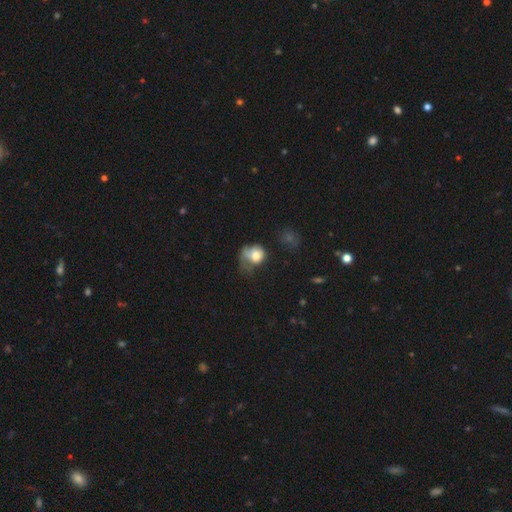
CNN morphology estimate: smooth-or-featured: smooth: 71% | featured or disk: 20% | star or artifact: 9%
  how-rounded: round: 57% | in between: 42% | cigar-shaped: 1%
  merging: major disturbance: 49% | minor disturbance: 26% | none: 19% | merger: 6%